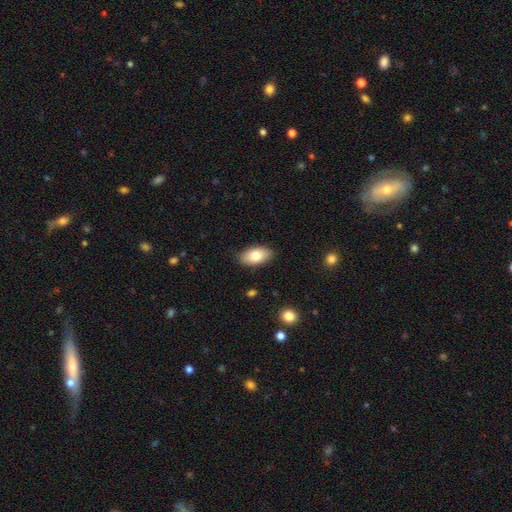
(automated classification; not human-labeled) smooth_or_featured: smooth (p=0.79) [alt: featured or disk p=0.15]
how_rounded: in between (p=0.93) [alt: round p=0.04]
merging: none (p=0.87) [alt: minor disturbance p=0.10]